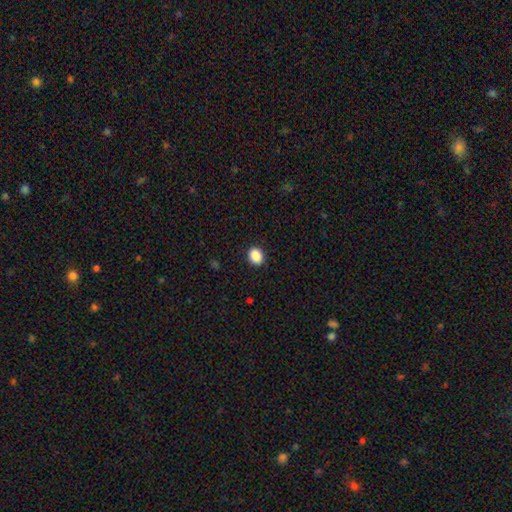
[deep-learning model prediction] smooth-or-featured: smooth: 88% | star or artifact: 9% | featured or disk: 3%
  how-rounded: round: 50% | in between: 49% | cigar-shaped: 1%
  merging: none: 89% | minor disturbance: 8% | major disturbance: 2% | merger: 1%